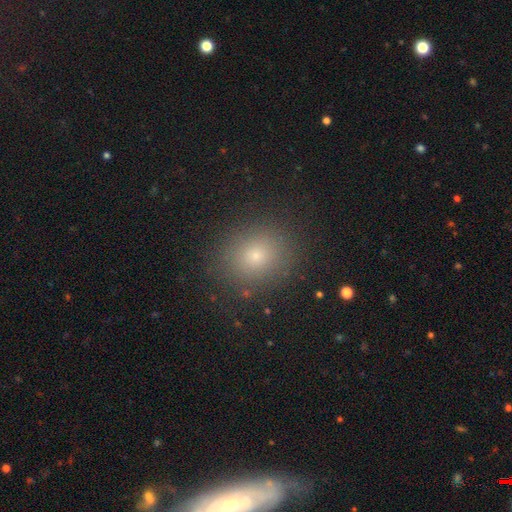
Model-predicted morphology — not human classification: Q: Smooth or featured?
A: smooth (74%); runner-up: star or artifact (17%)
Q: How rounded?
A: round (72%); runner-up: in between (27%)
Q: Merging?
A: none (86%); runner-up: minor disturbance (9%)